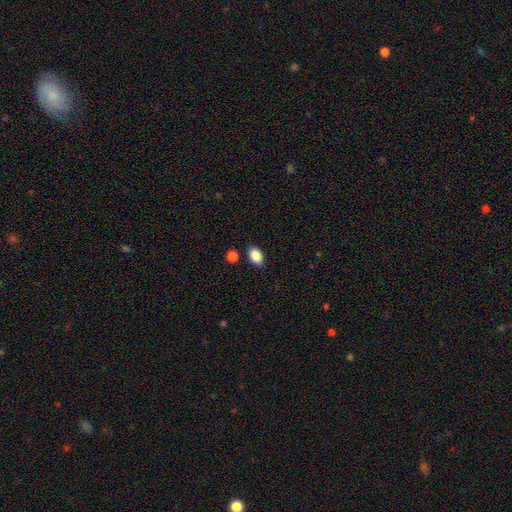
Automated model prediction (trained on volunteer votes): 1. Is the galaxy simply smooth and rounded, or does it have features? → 88% smooth, 8% star or artifact, 4% featured or disk.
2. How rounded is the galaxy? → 89% in between, 10% round, 1% cigar-shaped.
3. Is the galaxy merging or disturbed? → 85% none, 9% minor disturbance, 4% merger, 2% major disturbance.